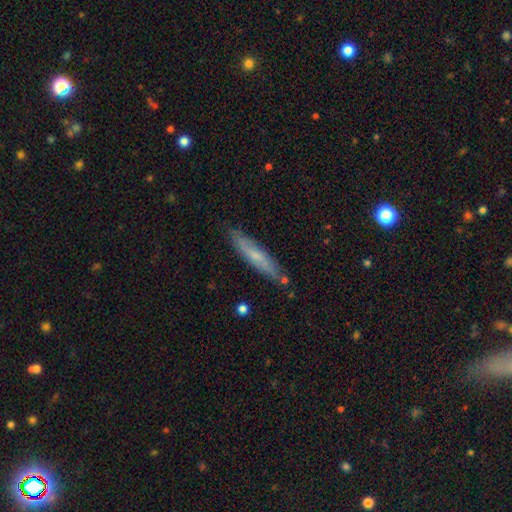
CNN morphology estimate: Smooth or featured? smooth (54%)
How rounded? cigar-shaped (89%)
Merging? none (81%)